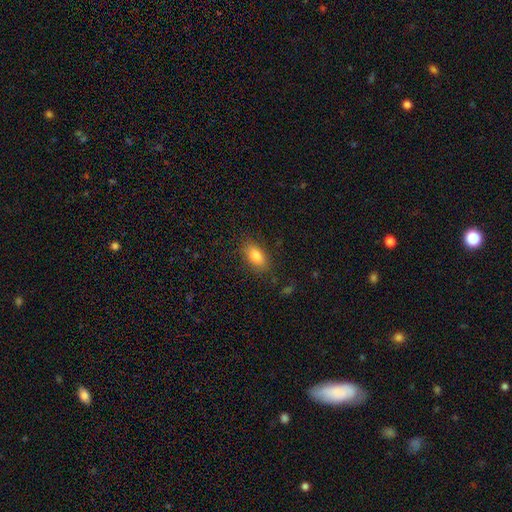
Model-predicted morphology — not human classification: The model was most divided on "smooth or featured": smooth: 80%, featured or disk: 11%, star or artifact: 8%. More confident: how rounded — in between (88%); merging — none (84%).